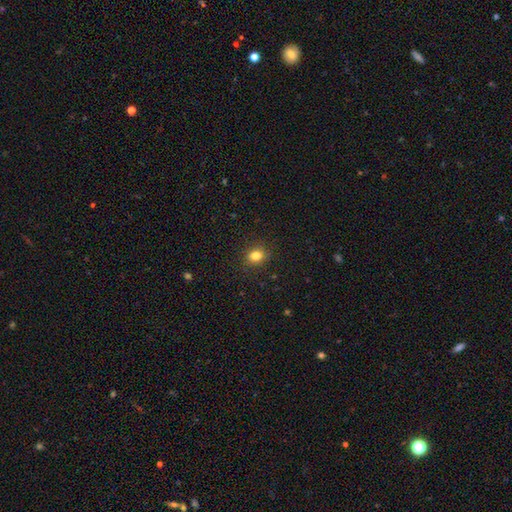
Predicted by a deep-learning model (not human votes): smooth-or-featured: smooth: 82% | star or artifact: 12% | featured or disk: 6%
  how-rounded: round: 54% | in between: 45% | cigar-shaped: 1%
  merging: none: 88% | minor disturbance: 9% | major disturbance: 2% | merger: 1%